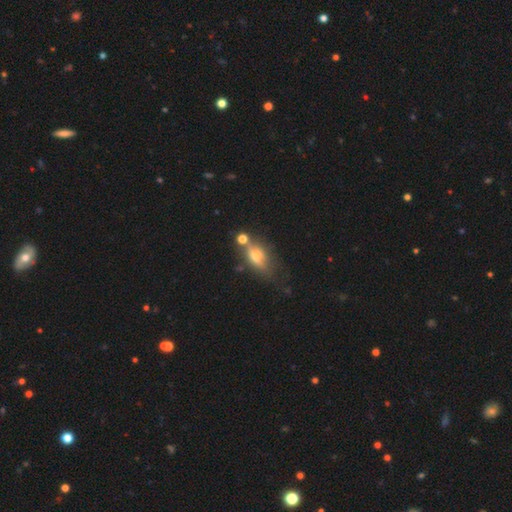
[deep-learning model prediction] Q: Smooth or featured?
A: smooth (53%); runner-up: featured or disk (35%)
Q: How rounded?
A: in between (72%); runner-up: cigar-shaped (19%)
Q: Merging?
A: none (50%); runner-up: minor disturbance (22%)